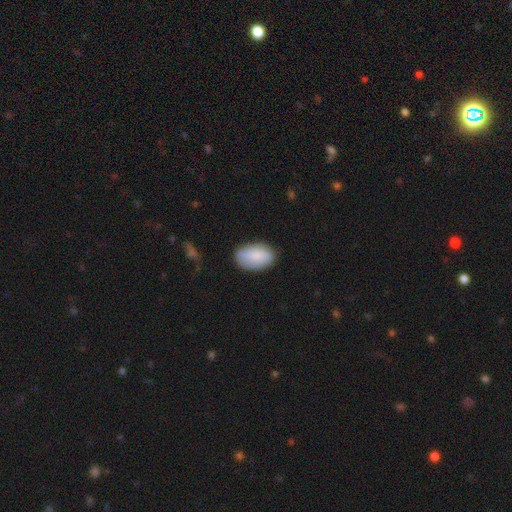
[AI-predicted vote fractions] Overall: smooth (81%). How rounded: in between (92%). Merging: none (80%).